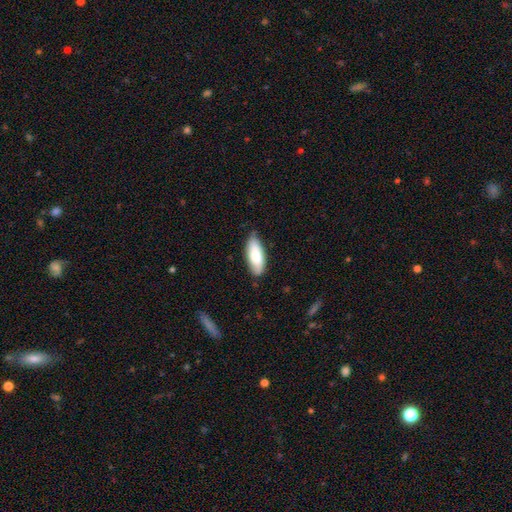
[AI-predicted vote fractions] Smooth or featured: smooth — 78% (featured or disk — 16%)
How rounded: in between — 75% (cigar-shaped — 23%)
Merging: none — 78% (minor disturbance — 18%)